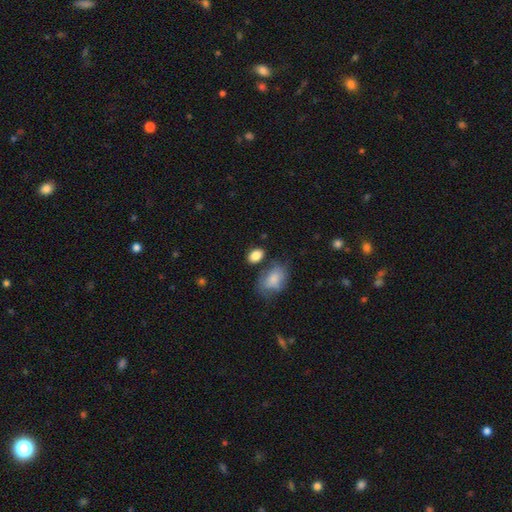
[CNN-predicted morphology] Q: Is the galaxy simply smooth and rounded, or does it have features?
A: smooth — 86%.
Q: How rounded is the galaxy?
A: in between — 84%.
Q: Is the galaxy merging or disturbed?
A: none — 70%.